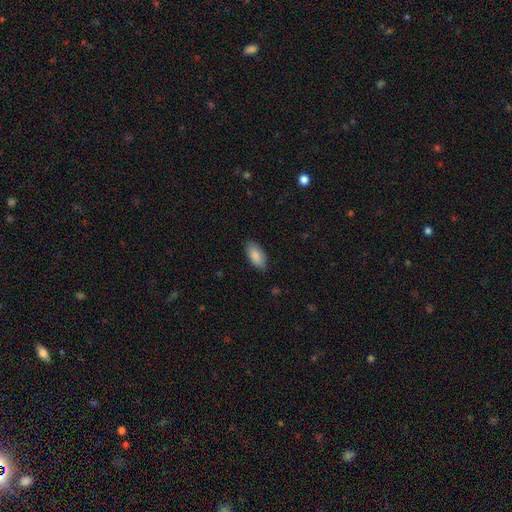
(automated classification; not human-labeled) smooth_or_featured: smooth (p=0.87) [alt: featured or disk p=0.07]
how_rounded: in between (p=0.92) [alt: cigar-shaped p=0.06]
merging: none (p=0.84) [alt: minor disturbance p=0.12]